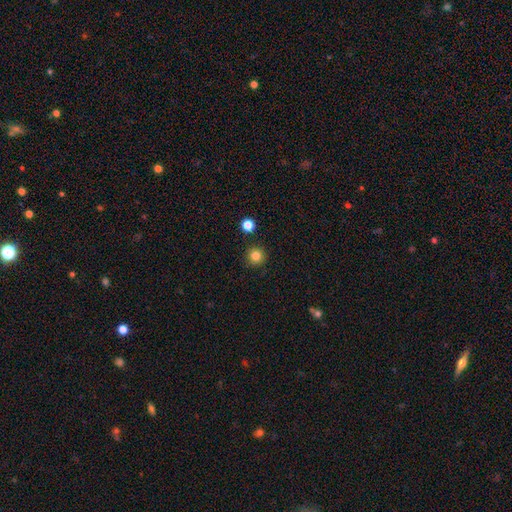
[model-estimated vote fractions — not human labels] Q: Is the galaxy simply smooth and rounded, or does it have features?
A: smooth — 83%.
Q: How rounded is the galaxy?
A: round — 95%.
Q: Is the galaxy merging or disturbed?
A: none — 91%.